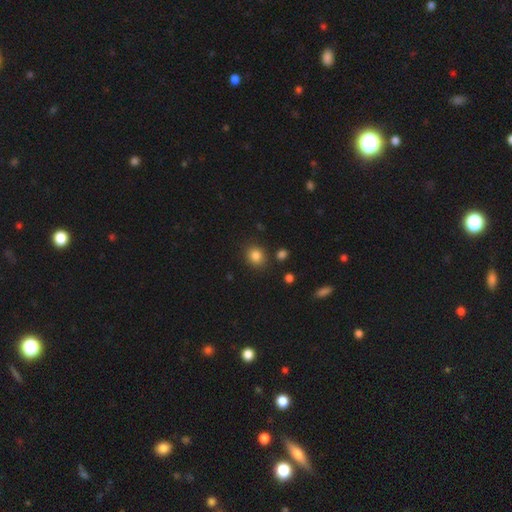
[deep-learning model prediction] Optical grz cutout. It shows a smooth galaxy with no disk features (84%) that is round (68%). Merging: none (84%).